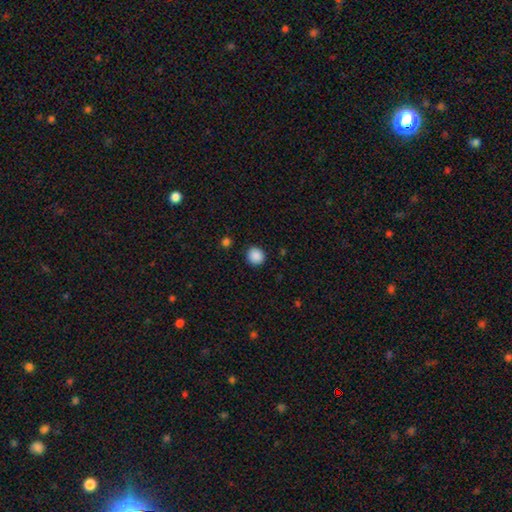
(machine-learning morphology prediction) This appears to be a smooth galaxy with no disk features (88%) that is round (90%). Merging: none (90%).